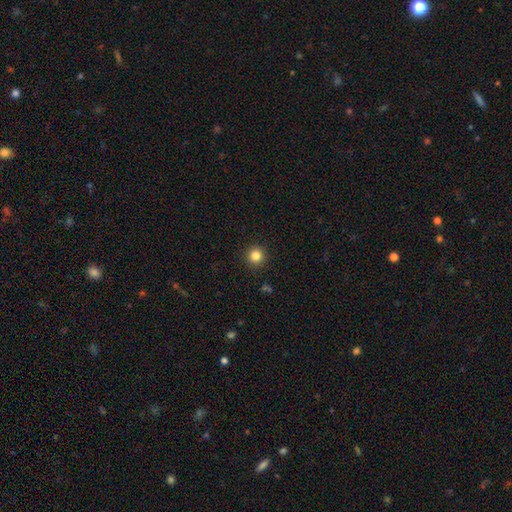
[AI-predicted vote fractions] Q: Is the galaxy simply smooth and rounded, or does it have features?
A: smooth — 83%.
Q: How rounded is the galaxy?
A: round — 95%.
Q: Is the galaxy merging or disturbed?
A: none — 92%.